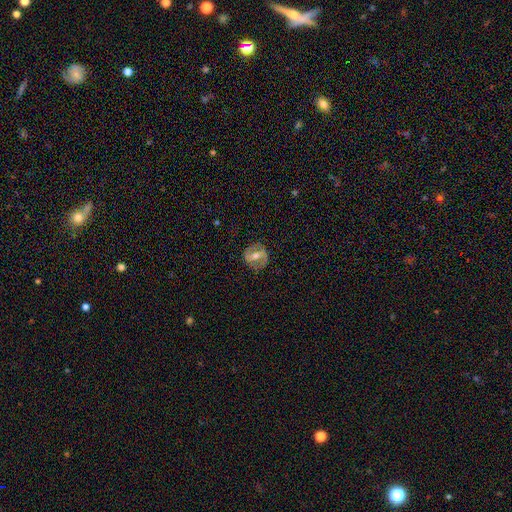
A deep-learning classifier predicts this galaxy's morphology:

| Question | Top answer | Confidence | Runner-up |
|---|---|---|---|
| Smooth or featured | featured or disk | 65% | smooth (28%) |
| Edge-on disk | no | 93% | yes (7%) |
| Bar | strong | 50% | weak (34%) |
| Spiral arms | yes | 64% | no (36%) |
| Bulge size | moderate | 67% | small (23%) |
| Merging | none | 79% | minor disturbance (14%) |